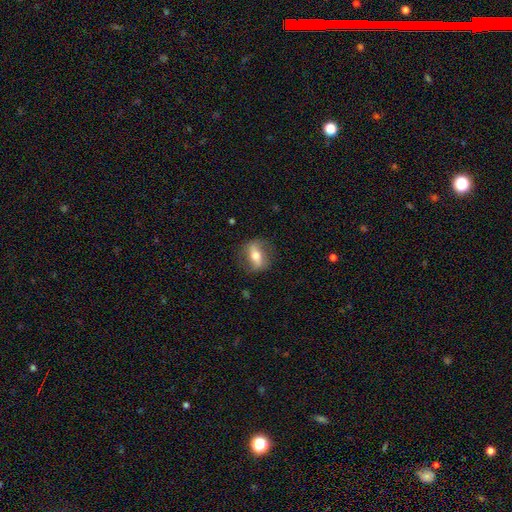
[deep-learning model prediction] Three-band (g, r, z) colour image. It shows a featured or disk galaxy (50%). Merging: none (79%).